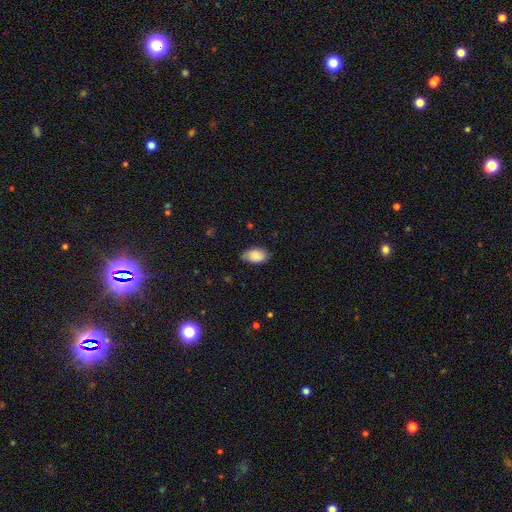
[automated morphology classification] Smooth or featured: smooth — 86% (featured or disk — 7%)
How rounded: in between — 92% (round — 6%)
Merging: none — 72% (minor disturbance — 24%)